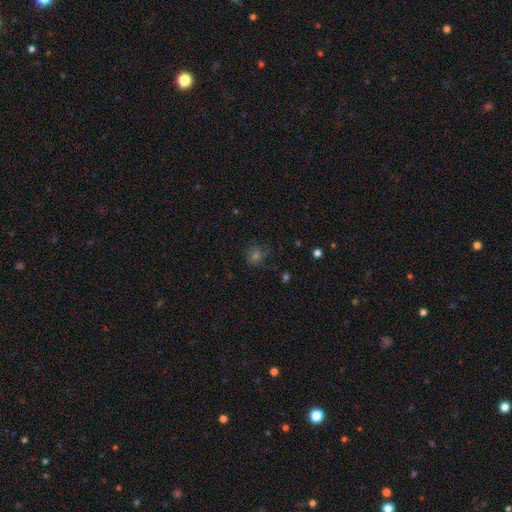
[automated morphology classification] Smooth or featured? Predicted: smooth (p=0.42). Merging? Predicted: none (p=0.72).